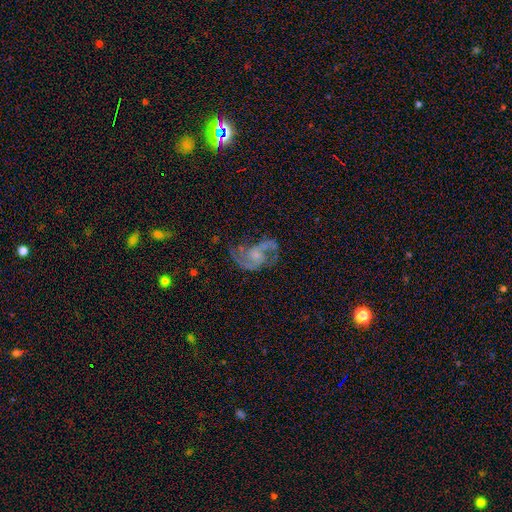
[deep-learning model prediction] Q: Smooth or featured?
A: featured or disk (86%); runner-up: smooth (8%)
Q: Edge-on disk?
A: no (98%); runner-up: yes (2%)
Q: Bar?
A: no (64%); runner-up: weak (30%)
Q: Spiral arms?
A: yes (95%); runner-up: no (5%)
Q: Spiral winding?
A: medium (48%); runner-up: loose (40%)
Q: Spiral arm count?
A: 2 (86%); runner-up: can't tell (4%)
Q: Bulge size?
A: small (38%); runner-up: none (31%)
Q: Merging?
A: none (57%); runner-up: major disturbance (20%)